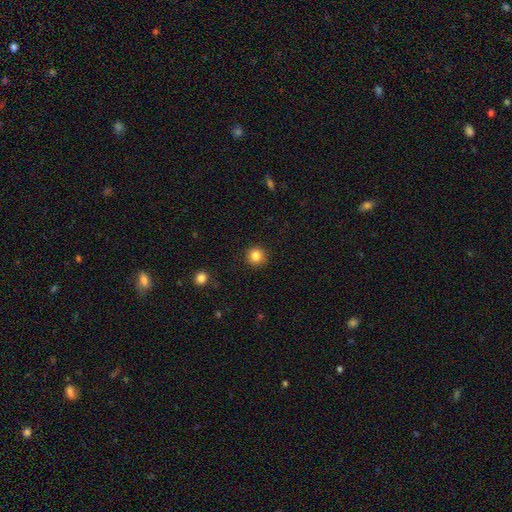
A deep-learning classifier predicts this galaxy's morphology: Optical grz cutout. It shows a smooth galaxy with no disk features (84%) that is round (93%). Merging: none (91%).